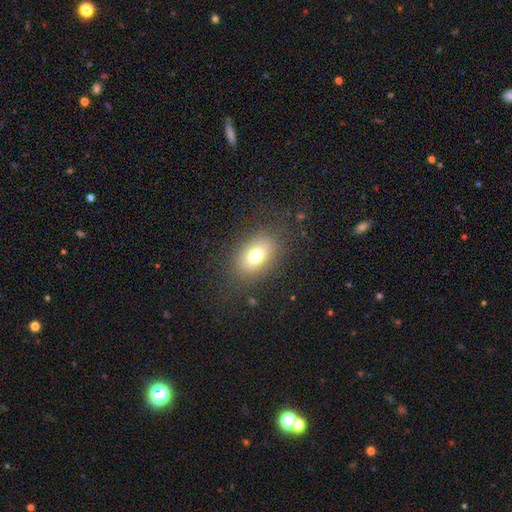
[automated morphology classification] smooth-or-featured: smooth: 72% | featured or disk: 16% | star or artifact: 12%
  how-rounded: in between: 79% | round: 20% | cigar-shaped: 2%
  merging: none: 82% | minor disturbance: 11% | major disturbance: 6% | merger: 1%